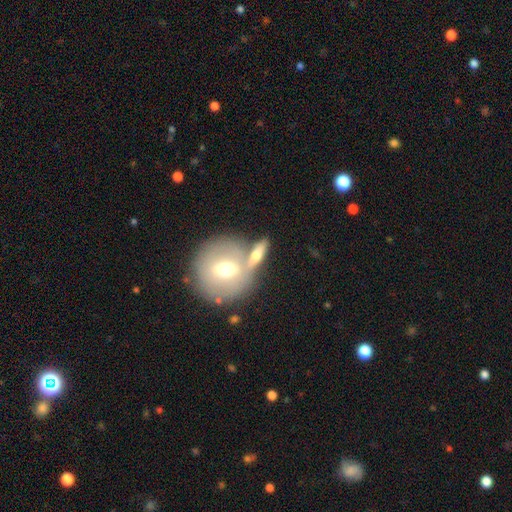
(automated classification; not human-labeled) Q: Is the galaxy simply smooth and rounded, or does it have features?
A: smooth — 53%.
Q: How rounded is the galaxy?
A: in between — 39%.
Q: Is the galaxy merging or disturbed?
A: none — 53%.